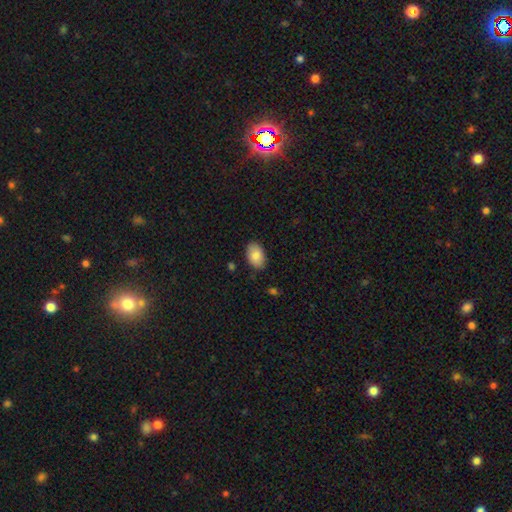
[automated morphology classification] Smooth or featured?
  - smooth: 84% *
  - featured or disk: 9%
  - star or artifact: 7%
How rounded?
  - in between: 90% *
  - round: 9%
  - cigar-shaped: 1%
Merging?
  - none: 85% *
  - minor disturbance: 12%
  - major disturbance: 2%
  - merger: 1%